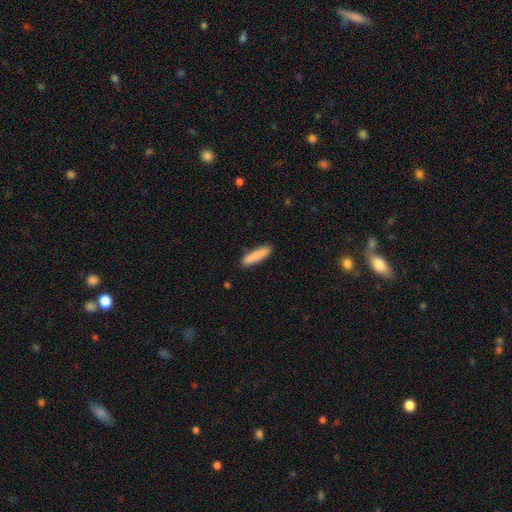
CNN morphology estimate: Q: Smooth or featured?
A: smooth (84%); runner-up: featured or disk (10%)
Q: How rounded?
A: cigar-shaped (79%); runner-up: in between (20%)
Q: Merging?
A: none (85%); runner-up: minor disturbance (11%)